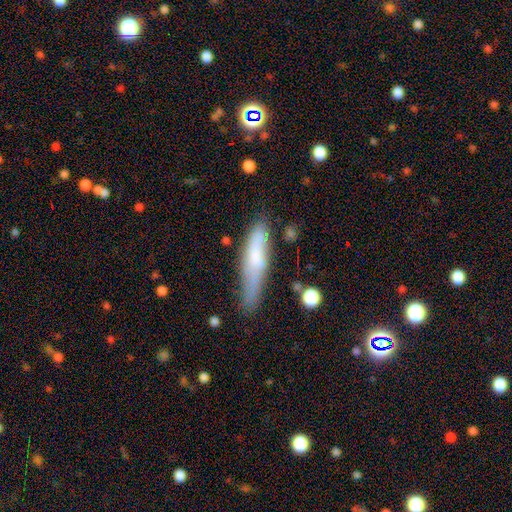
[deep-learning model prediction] The model was most divided on "merging": none: 58%, minor disturbance: 29%, major disturbance: 8%, merger: 4%. More confident: how rounded — cigar-shaped (77%); smooth or featured — smooth (63%).